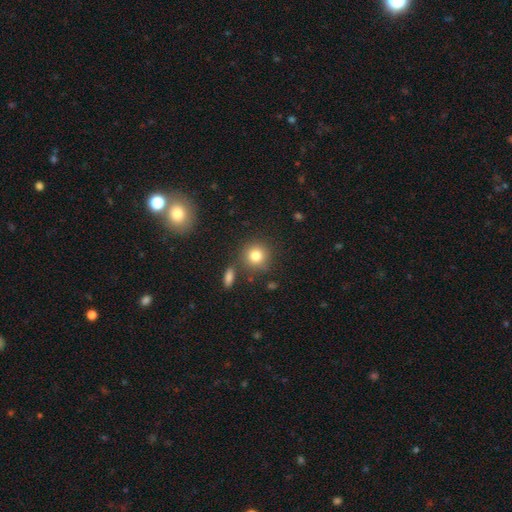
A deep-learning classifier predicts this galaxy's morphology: Smooth or featured? smooth (81%)
How rounded? round (90%)
Merging? none (80%)